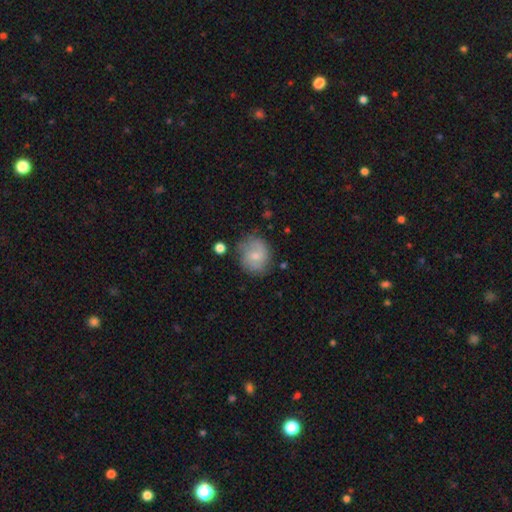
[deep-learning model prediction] Overall: smooth (61%; featured or disk 32%). How rounded: round (65%; in between 34%). Merging: none (64%; minor disturbance 24%).